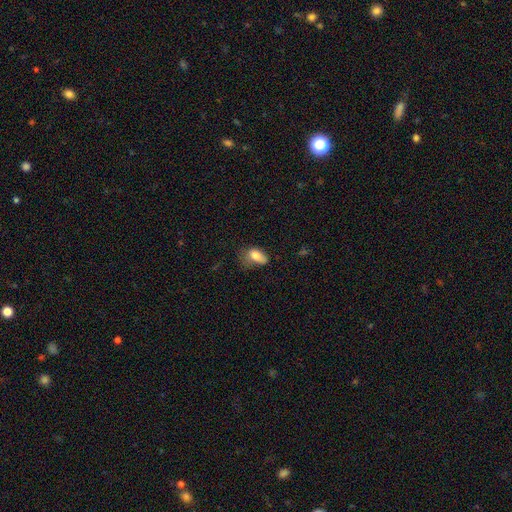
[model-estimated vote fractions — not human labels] Smooth or featured? Predicted: smooth (p=0.77). How rounded? Predicted: in between (p=0.87). Merging? Predicted: minor disturbance (p=0.37).